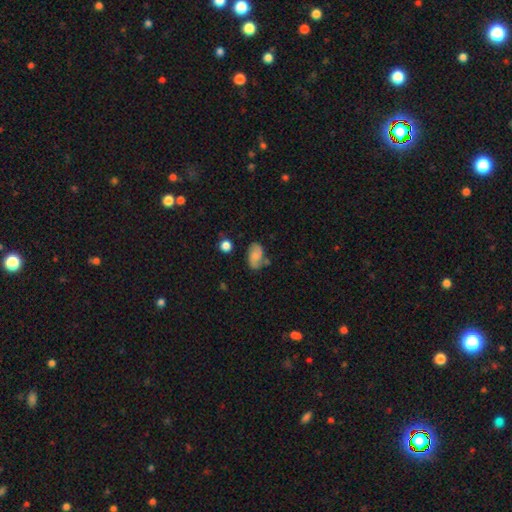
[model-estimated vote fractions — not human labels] A smooth galaxy with no disk features (53%) that is in between round and cigar-shaped (87%).

Vote fractions:
- Smooth or featured? smooth: 53% / featured or disk: 37% / star or artifact: 10%
- How rounded? in between: 87% / round: 11% / cigar-shaped: 2%
- Merging? none: 55% / minor disturbance: 25% / merger: 10% / major disturbance: 10%